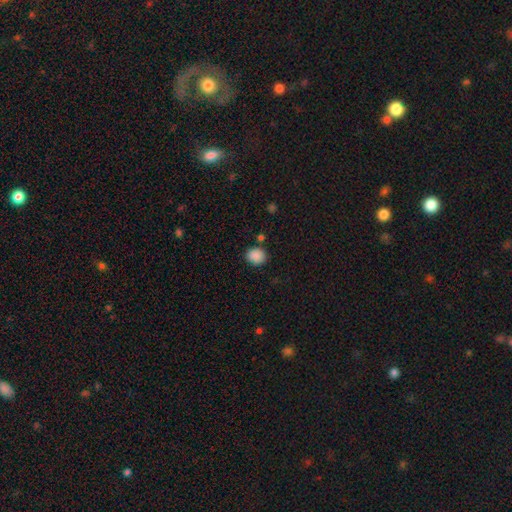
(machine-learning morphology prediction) Smooth or featured? Predicted: smooth (p=0.87). How rounded? Predicted: round (p=0.72). Merging? Predicted: none (p=0.81).